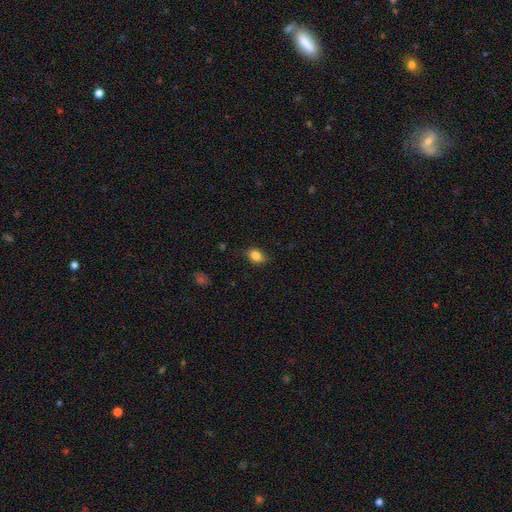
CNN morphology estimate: This is clearly a smooth galaxy (85%). How rounded: likely in between (68%). Merging: clearly none (80%).